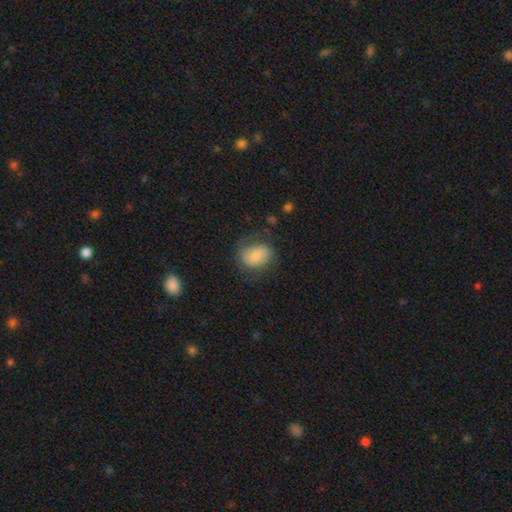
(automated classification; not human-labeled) This is likely a smooth galaxy (69%). How rounded: likely in between (61%). Merging: possibly none (56%).